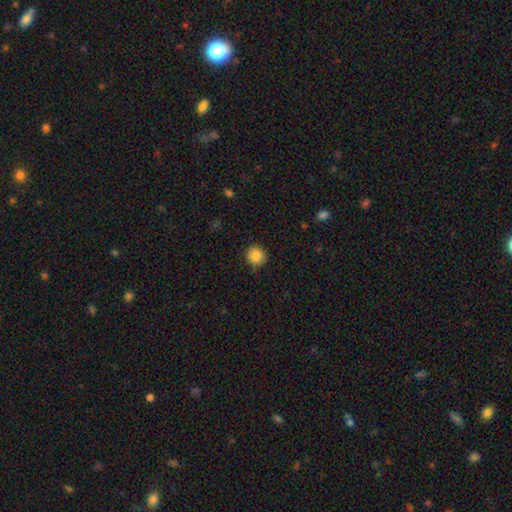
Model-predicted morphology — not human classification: smooth_or_featured: smooth (p=0.87) [alt: star or artifact p=0.09]
how_rounded: round (p=0.89) [alt: in between p=0.10]
merging: none (p=0.86) [alt: minor disturbance p=0.11]